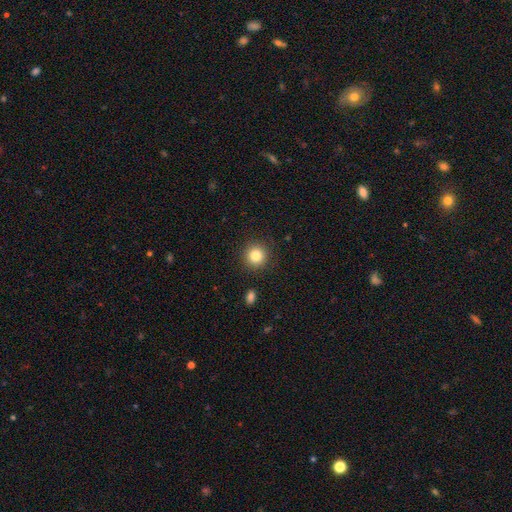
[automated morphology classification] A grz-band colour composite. It shows a smooth galaxy with no disk features (82%) that is round (94%). Merging: none (91%).